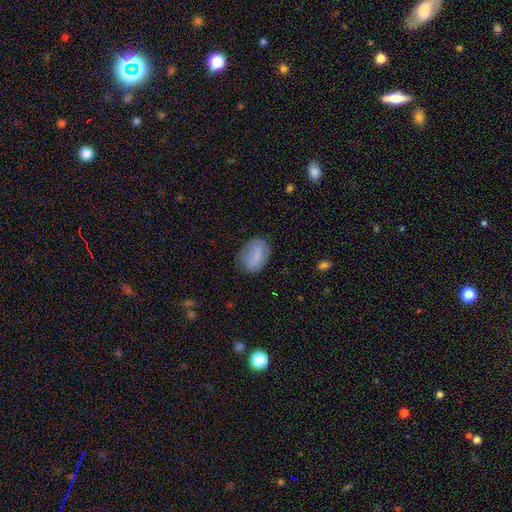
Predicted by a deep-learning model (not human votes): Smooth or featured?
  - smooth: 77% *
  - featured or disk: 15%
  - star or artifact: 7%
How rounded?
  - in between: 82% *
  - round: 16%
  - cigar-shaped: 2%
Merging?
  - none: 73% *
  - minor disturbance: 20%
  - major disturbance: 6%
  - merger: 1%